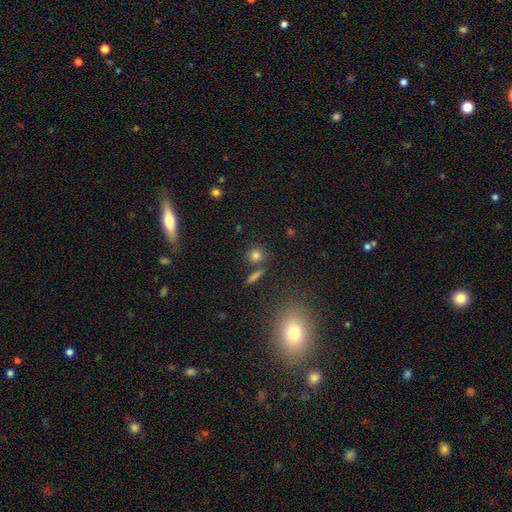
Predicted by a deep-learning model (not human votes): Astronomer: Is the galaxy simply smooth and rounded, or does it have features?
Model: smooth — 79%.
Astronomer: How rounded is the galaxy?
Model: round — 87%.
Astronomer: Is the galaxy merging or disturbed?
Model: none — 79%.